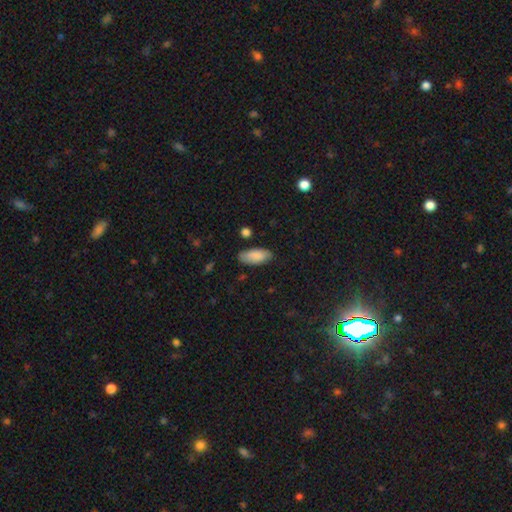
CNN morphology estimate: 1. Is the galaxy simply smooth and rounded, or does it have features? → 87% smooth, 7% featured or disk, 6% star or artifact.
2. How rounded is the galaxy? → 88% in between, 11% cigar-shaped, 2% round.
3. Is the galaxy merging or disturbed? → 82% none, 14% minor disturbance, 3% major disturbance, 2% merger.